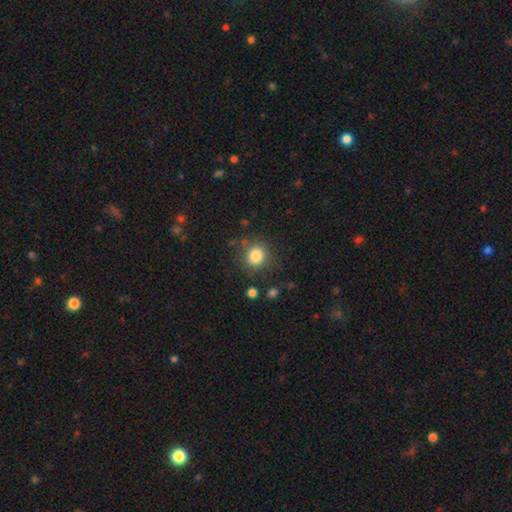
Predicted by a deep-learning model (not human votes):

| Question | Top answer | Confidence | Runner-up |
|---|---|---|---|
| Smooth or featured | smooth | 83% | star or artifact (11%) |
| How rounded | round | 85% | in between (14%) |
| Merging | none | 81% | minor disturbance (11%) |